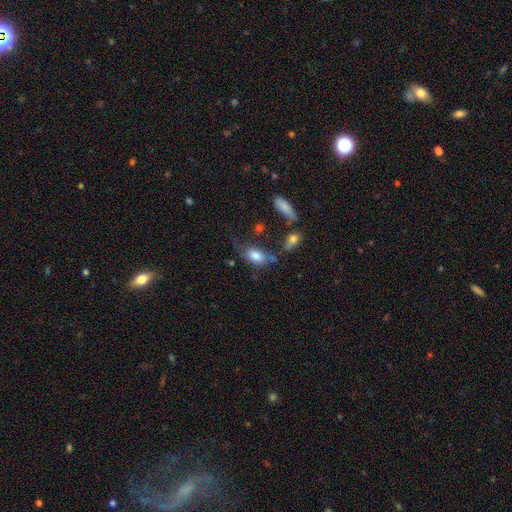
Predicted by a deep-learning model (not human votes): Smooth or featured: smooth — 78% (featured or disk — 14%)
How rounded: in between — 88% (round — 9%)
Merging: none — 44% (minor disturbance — 26%)